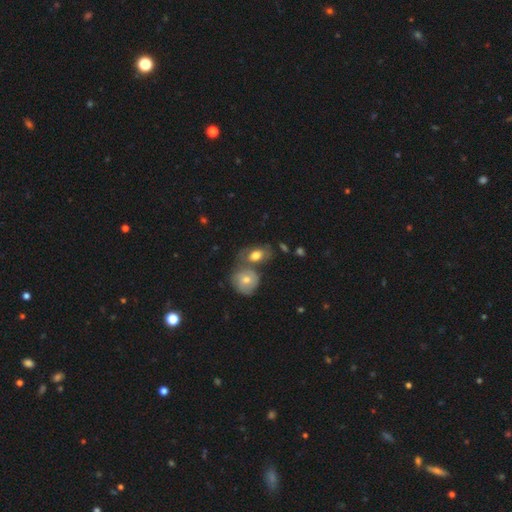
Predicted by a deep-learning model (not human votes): A smooth galaxy with no disk features (66%) that is in between round and cigar-shaped (76%).

Vote fractions:
- Smooth or featured? smooth: 66% / featured or disk: 26% / star or artifact: 8%
- How rounded? in between: 76% / round: 21% / cigar-shaped: 3%
- Merging? merger: 40% / none: 39% / minor disturbance: 15% / major disturbance: 6%